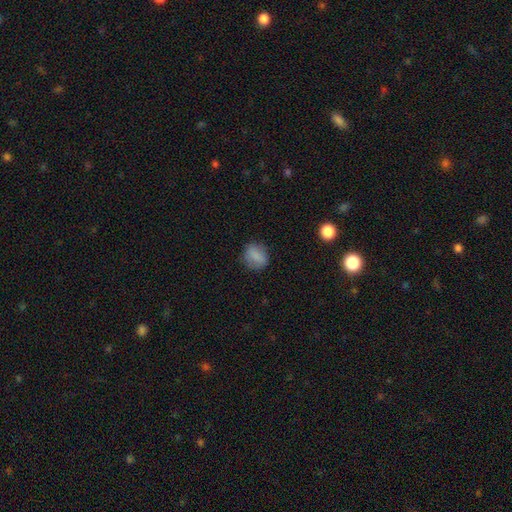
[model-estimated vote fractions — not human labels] Smooth or featured: smooth — 82% (star or artifact — 9%)
How rounded: round — 64% (in between — 34%)
Merging: none — 79% (minor disturbance — 15%)